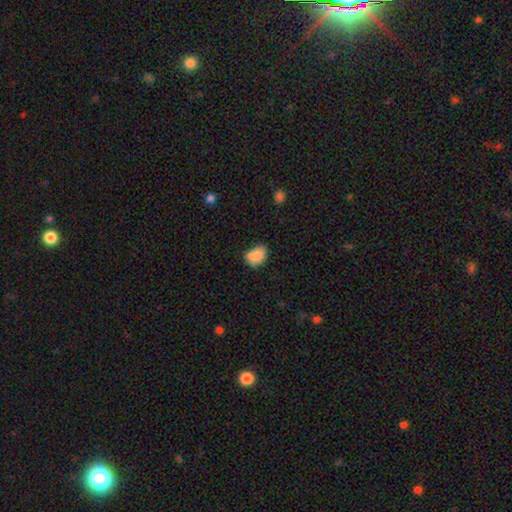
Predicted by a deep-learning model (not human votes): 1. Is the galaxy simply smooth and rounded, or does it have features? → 84% smooth, 9% star or artifact, 7% featured or disk.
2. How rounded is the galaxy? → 70% in between, 29% round, 1% cigar-shaped.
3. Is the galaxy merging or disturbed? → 57% none, 27% minor disturbance, 10% merger, 6% major disturbance.